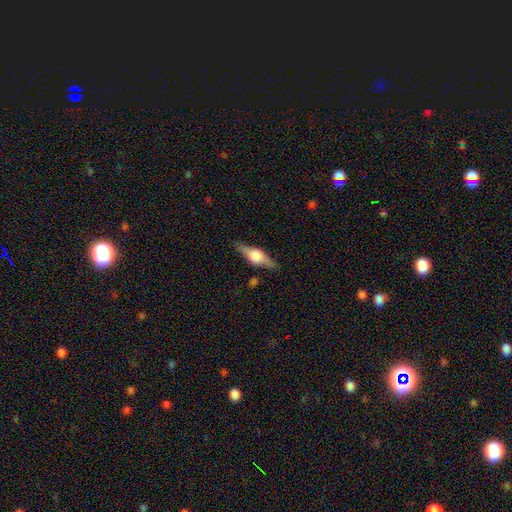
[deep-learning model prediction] Morphology: type=featured or disk (69%); edge-on=yes (96%); edge-on bulge=rounded (90%); merging=none (85%).